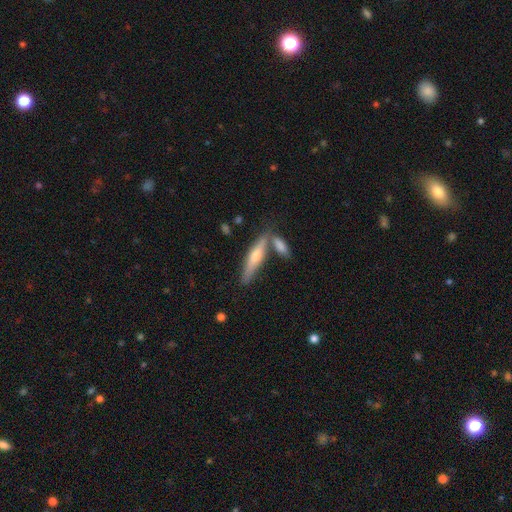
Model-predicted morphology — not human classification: A featured or disk galaxy (55%) viewed edge-on (93%) with a rounded central bulge (88%).

Vote fractions:
- Smooth or featured? featured or disk: 55% / smooth: 39% / star or artifact: 7%
- Edge-on disk? yes: 93% / no: 7%
- Edge-on bulge? rounded: 88% / none: 8% / boxy: 4%
- Merging? none: 69% / merger: 18% / minor disturbance: 11% / major disturbance: 3%